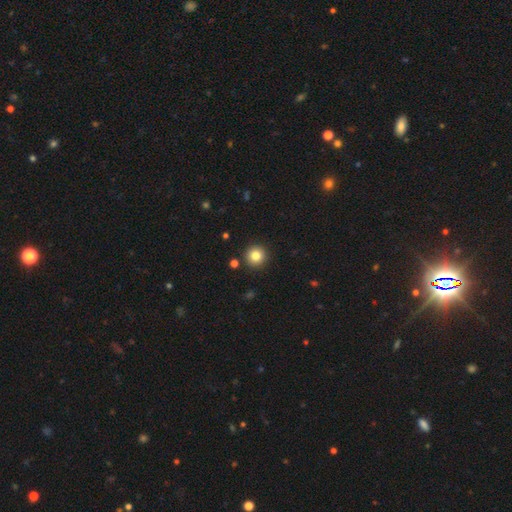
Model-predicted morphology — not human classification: Smooth or featured: smooth — 83% (star or artifact — 11%)
How rounded: round — 95% (in between — 4%)
Merging: none — 91% (minor disturbance — 5%)